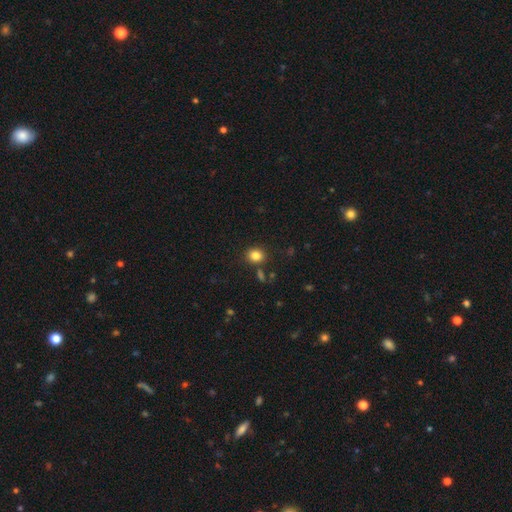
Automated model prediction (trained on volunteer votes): Overall: smooth (83%). How rounded: round (72%). Merging: none (83%).